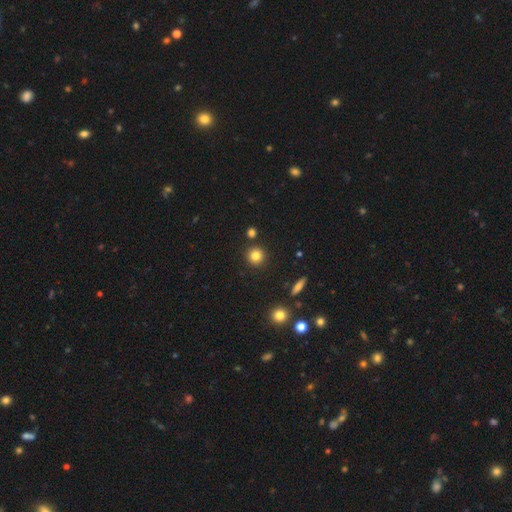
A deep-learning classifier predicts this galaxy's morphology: A smooth galaxy with no disk features (83%) that is round (93%). Merging: none (88%).